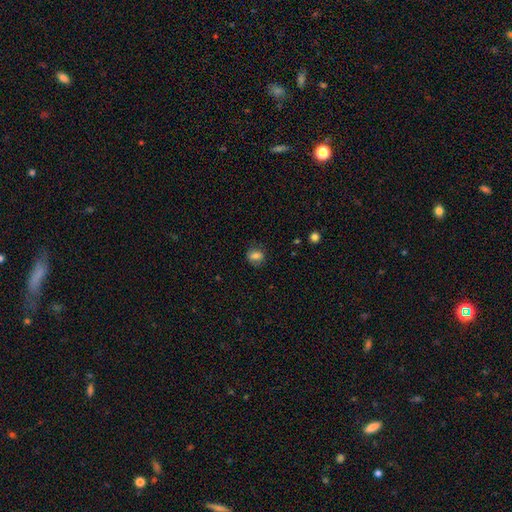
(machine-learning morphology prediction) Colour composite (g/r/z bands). It shows a smooth galaxy with no disk features (76%) that is round (49%, tied with in between). Merging: none (76%).